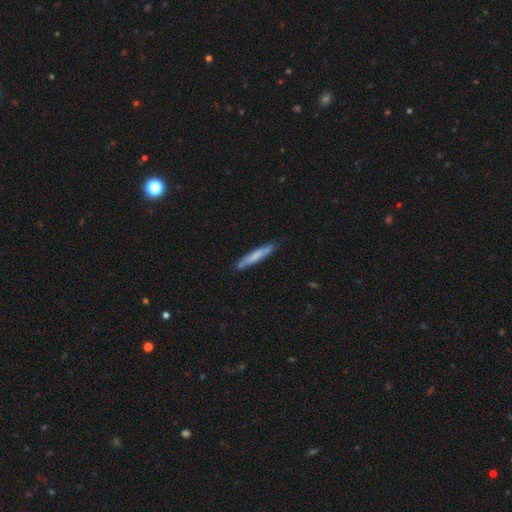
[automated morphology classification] This is likely a smooth galaxy (64%). How rounded: clearly cigar-shaped (94%). Merging: clearly none (82%).